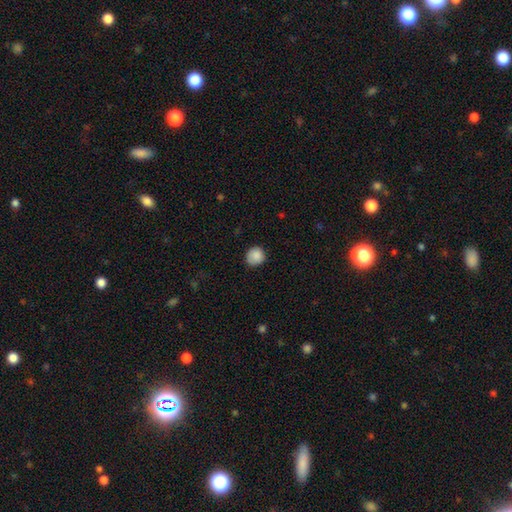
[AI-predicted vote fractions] smooth_or_featured: smooth (p=0.87) [alt: star or artifact p=0.09]
how_rounded: round (p=0.86) [alt: in between p=0.13]
merging: none (p=0.79) [alt: minor disturbance p=0.17]